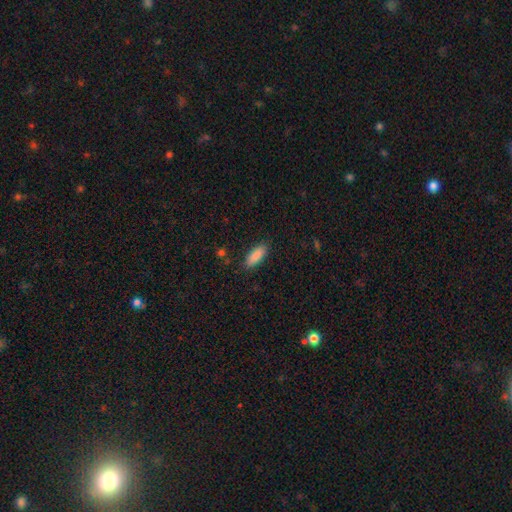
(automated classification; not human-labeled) Morphology: type=smooth (88%); roundness=in between (71%); merging=none (87%).